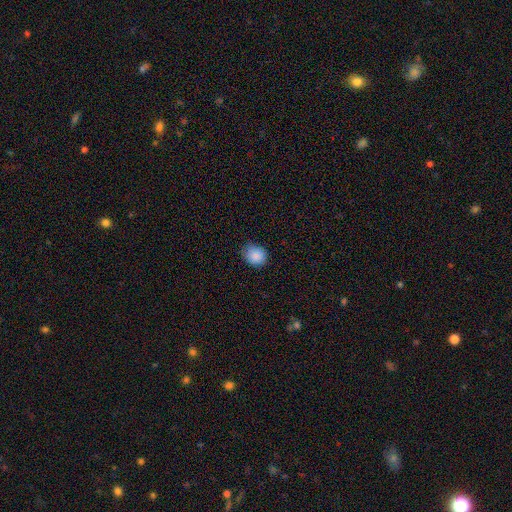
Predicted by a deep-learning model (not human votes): Smooth or featured?
  - smooth: 88% *
  - star or artifact: 9%
  - featured or disk: 4%
How rounded?
  - round: 68% *
  - in between: 31%
  - cigar-shaped: 1%
Merging?
  - none: 74% *
  - minor disturbance: 21%
  - major disturbance: 4%
  - merger: 1%